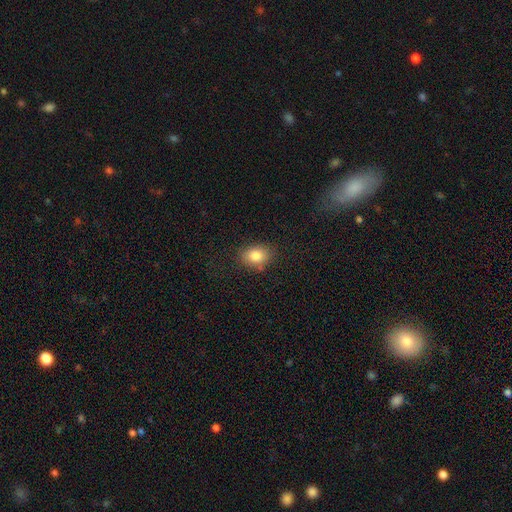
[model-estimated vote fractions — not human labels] Smooth or featured: smooth — 84% (star or artifact — 9%)
How rounded: in between — 69% (round — 30%)
Merging: none — 78% (minor disturbance — 15%)